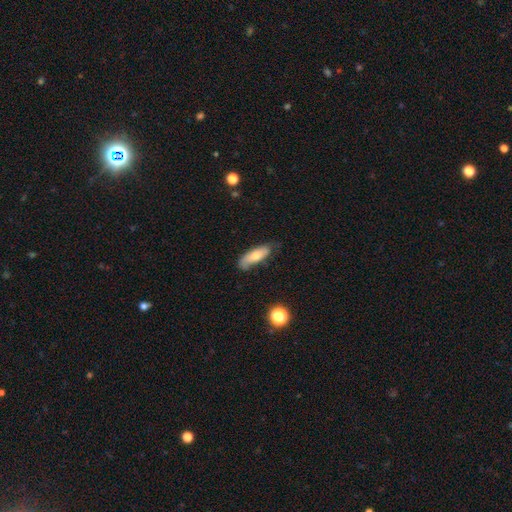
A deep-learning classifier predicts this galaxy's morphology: Smooth or featured? smooth (67%)
How rounded? in between (61%)
Merging? none (65%)